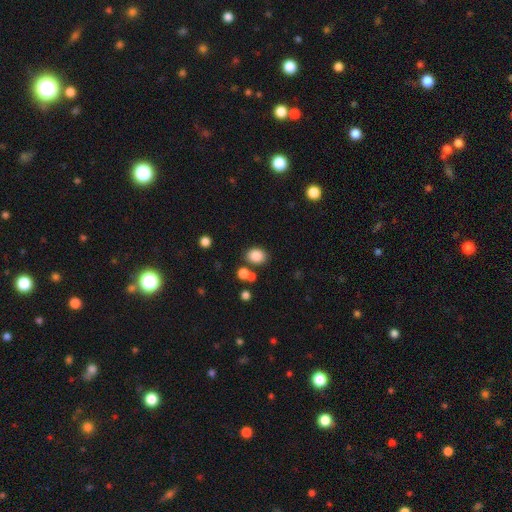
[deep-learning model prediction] Q: Smooth or featured?
A: smooth (85%); runner-up: star or artifact (10%)
Q: How rounded?
A: in between (53%); runner-up: round (46%)
Q: Merging?
A: none (75%); runner-up: merger (11%)